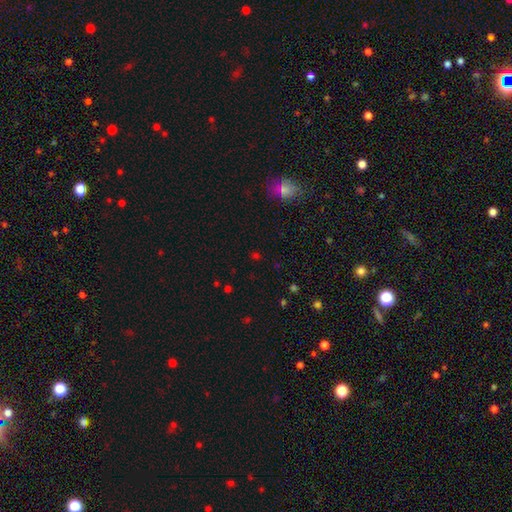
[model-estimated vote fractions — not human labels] Smooth or featured: star or artifact — 52% (smooth — 40%)